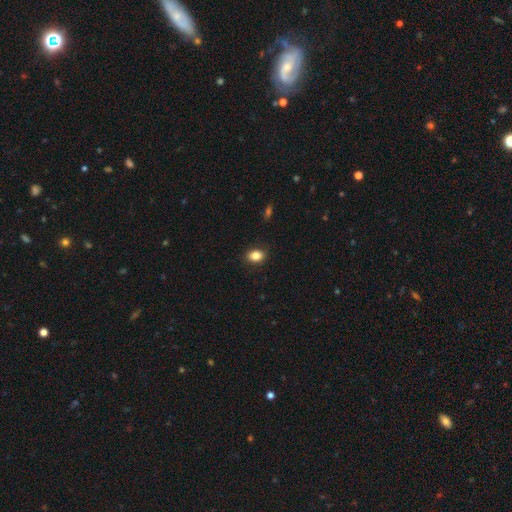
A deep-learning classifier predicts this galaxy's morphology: smooth_or_featured: smooth (p=0.85) [alt: star or artifact p=0.09]
how_rounded: in between (p=0.73) [alt: round p=0.26]
merging: none (p=0.88) [alt: minor disturbance p=0.09]